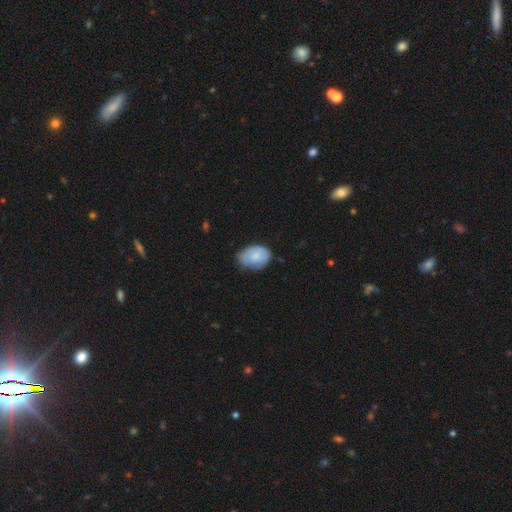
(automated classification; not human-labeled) Smooth or featured?
  - smooth: 76% *
  - featured or disk: 18%
  - star or artifact: 6%
How rounded?
  - in between: 84% *
  - round: 14%
  - cigar-shaped: 1%
Merging?
  - none: 59% *
  - minor disturbance: 34%
  - major disturbance: 6%
  - merger: 1%